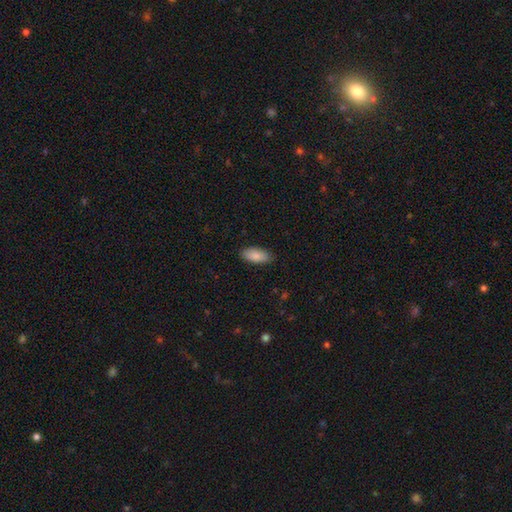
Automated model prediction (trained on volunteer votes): Smooth or featured?
  - smooth: 88% *
  - featured or disk: 6%
  - star or artifact: 6%
How rounded?
  - in between: 89% *
  - cigar-shaped: 9%
  - round: 2%
Merging?
  - none: 87% *
  - minor disturbance: 10%
  - major disturbance: 2%
  - merger: 1%